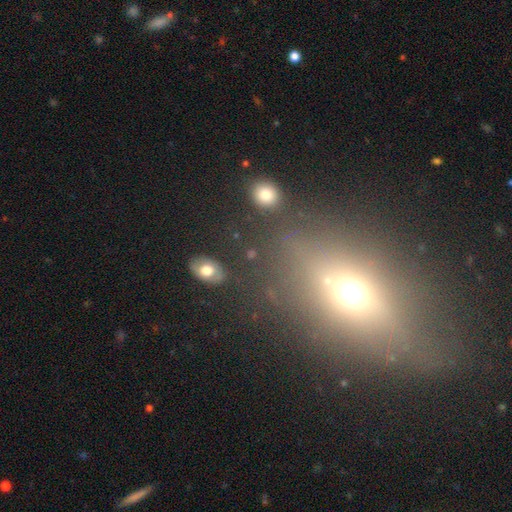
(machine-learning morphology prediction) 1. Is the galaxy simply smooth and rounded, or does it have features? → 39% smooth, 35% star or artifact, 26% featured or disk.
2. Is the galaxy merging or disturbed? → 74% none, 12% minor disturbance, 8% major disturbance, 7% merger.